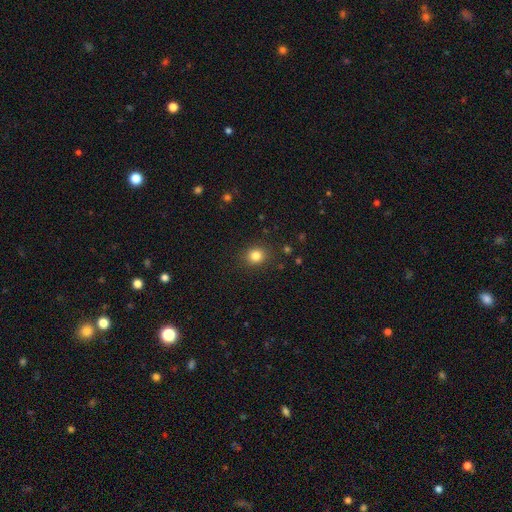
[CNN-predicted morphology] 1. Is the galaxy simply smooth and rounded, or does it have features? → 83% smooth, 12% star or artifact, 5% featured or disk.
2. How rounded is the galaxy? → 80% round, 19% in between, 1% cigar-shaped.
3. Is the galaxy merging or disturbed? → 89% none, 8% minor disturbance, 2% major disturbance, 1% merger.